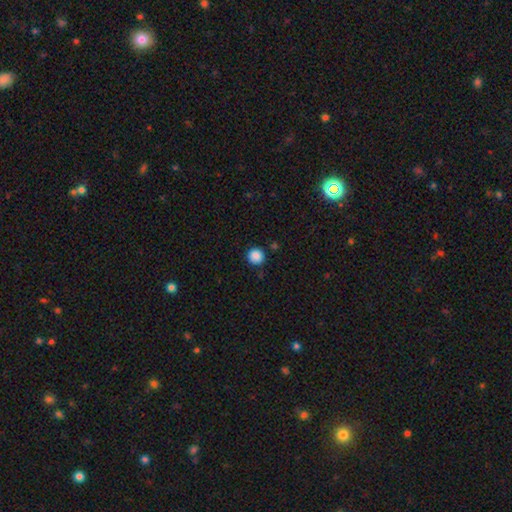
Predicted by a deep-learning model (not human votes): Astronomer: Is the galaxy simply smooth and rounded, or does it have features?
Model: smooth — 87%.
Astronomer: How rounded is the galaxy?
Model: round — 95%.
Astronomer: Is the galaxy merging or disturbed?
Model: none — 90%.